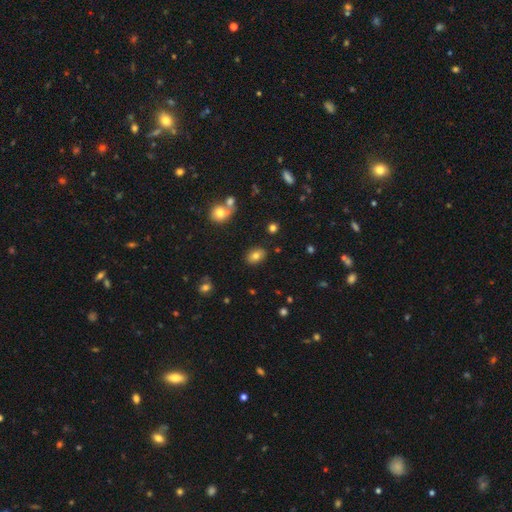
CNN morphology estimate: smooth-or-featured: smooth: 77% | featured or disk: 12% | star or artifact: 10%
  how-rounded: in between: 78% | round: 21% | cigar-shaped: 1%
  merging: none: 85% | minor disturbance: 9% | merger: 3% | major disturbance: 2%